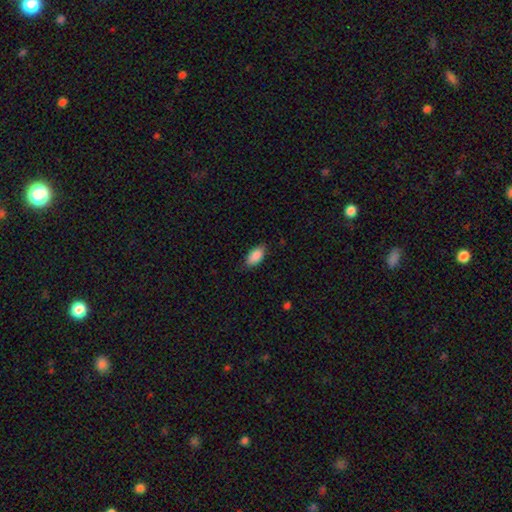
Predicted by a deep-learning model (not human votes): This is clearly a smooth galaxy (89%). How rounded: clearly in between (93%). Merging: clearly none (81%).